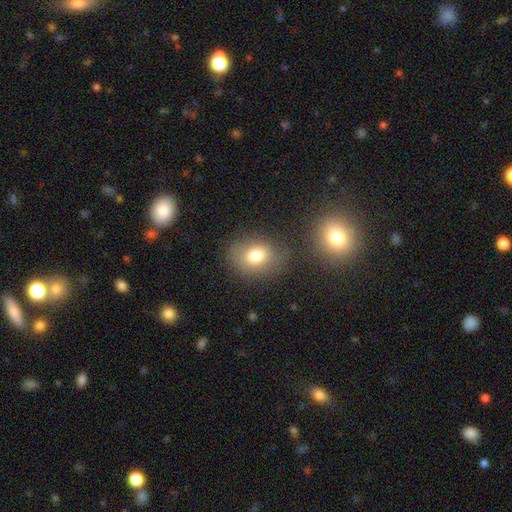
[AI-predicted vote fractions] The model was most divided on "how rounded": in between: 55%, round: 44%, cigar-shaped: 1%. More confident: smooth or featured — smooth (77%); merging — none (73%).